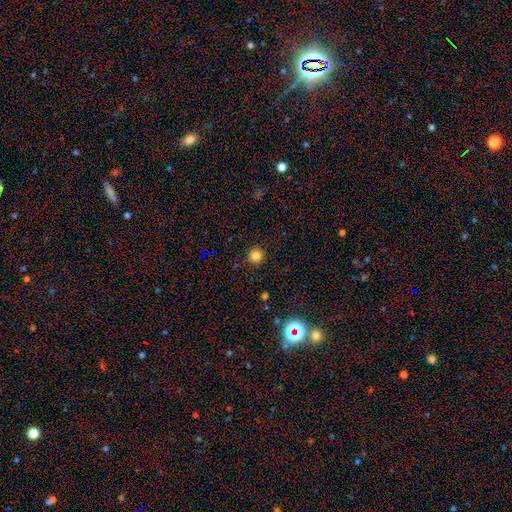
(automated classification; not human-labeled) Smooth or featured: smooth — 82% (star or artifact — 14%)
How rounded: round — 95% (in between — 4%)
Merging: none — 92% (minor disturbance — 6%)